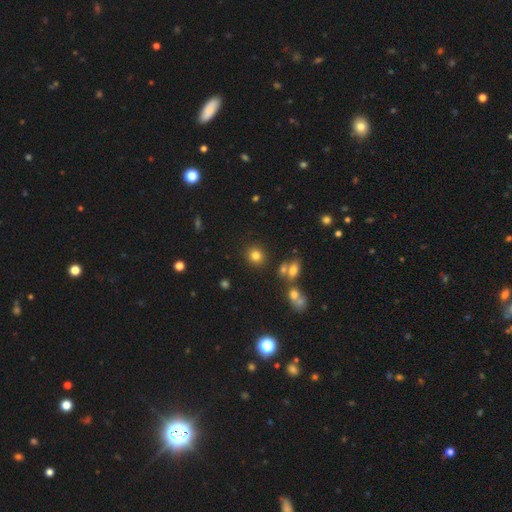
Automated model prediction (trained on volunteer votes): Overall: smooth (79%). How rounded: round (84%). Merging: none (83%).